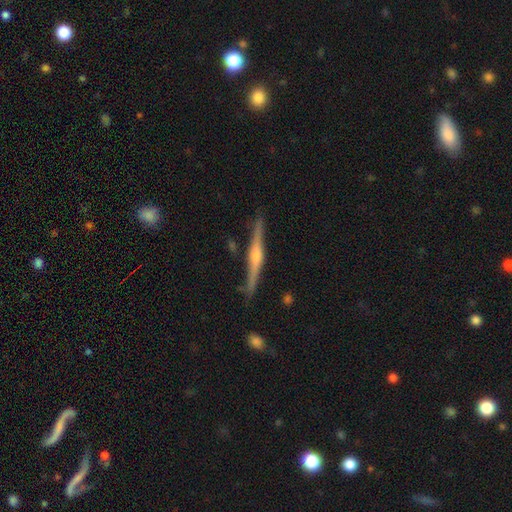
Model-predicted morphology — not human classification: smooth-or-featured: featured or disk: 82% | smooth: 13% | star or artifact: 5%
  disk-edge-on: yes: 98% | no: 2%
    edge-on-bulge: rounded: 81% | boxy: 10% | none: 9%
  merging: none: 87% | minor disturbance: 9% | major disturbance: 2% | merger: 2%